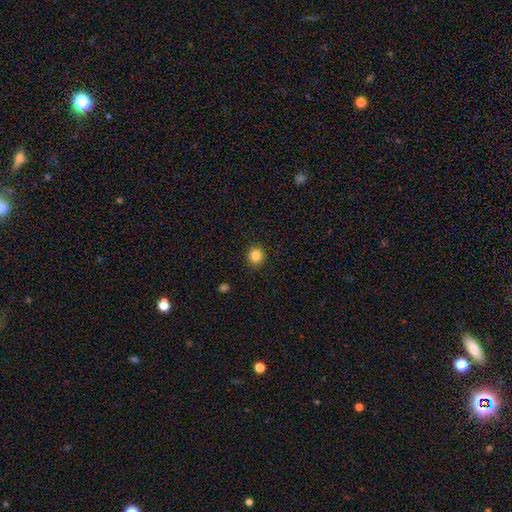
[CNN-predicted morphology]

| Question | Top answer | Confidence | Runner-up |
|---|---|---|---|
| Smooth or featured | smooth | 84% | star or artifact (11%) |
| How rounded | round | 91% | in between (8%) |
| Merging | none | 91% | minor disturbance (6%) |